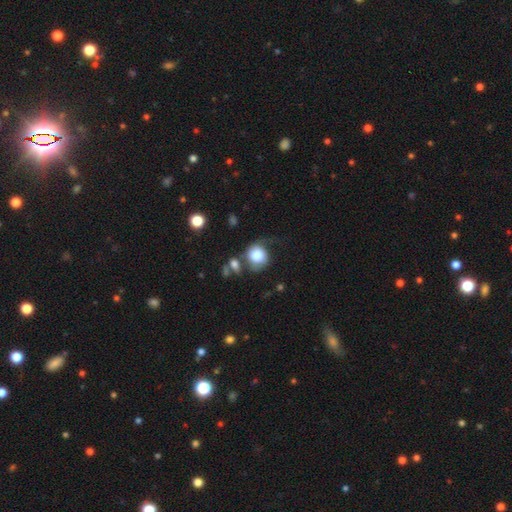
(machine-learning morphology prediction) Q: Smooth or featured?
A: smooth (75%); runner-up: featured or disk (16%)
Q: How rounded?
A: round (76%); runner-up: in between (23%)
Q: Merging?
A: none (39%); runner-up: minor disturbance (24%)